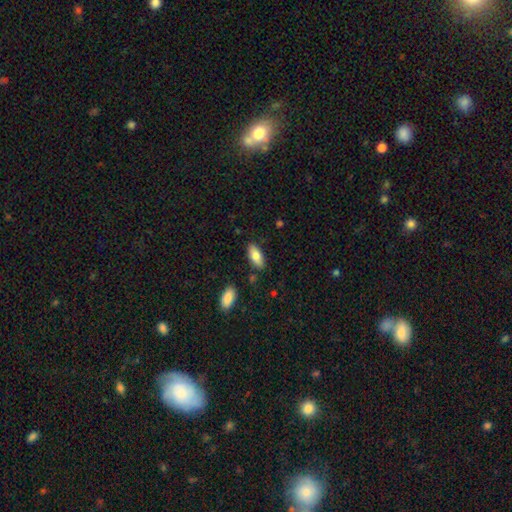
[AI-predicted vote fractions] Smooth or featured: smooth — 82% (featured or disk — 12%)
How rounded: in between — 85% (cigar-shaped — 13%)
Merging: none — 84% (minor disturbance — 11%)